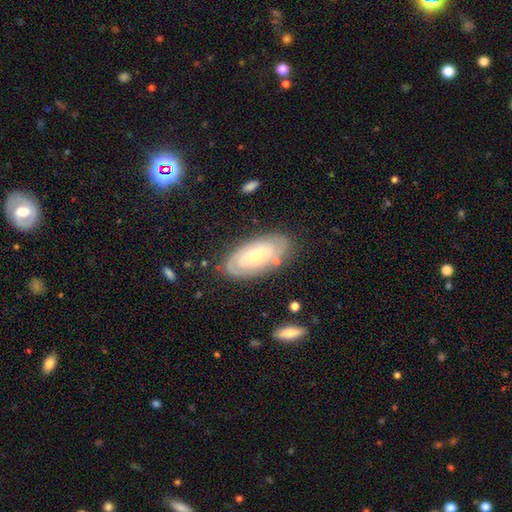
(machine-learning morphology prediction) Smooth or featured? featured or disk (66%)
Edge-on disk? no (92%)
Bar? no (80%)
Spiral arms? yes (77%)
Bulge size? small (63%)
Merging? none (77%)